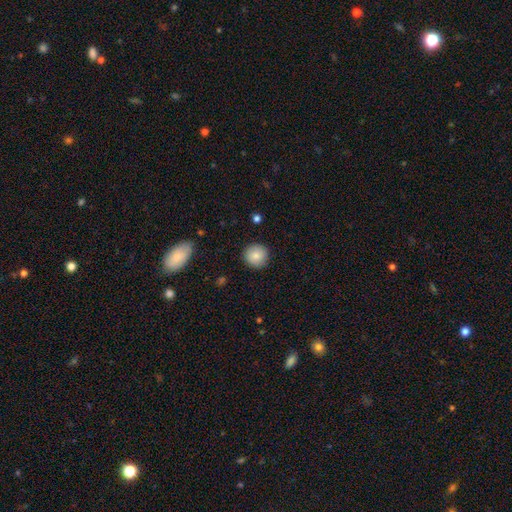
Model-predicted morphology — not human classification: This appears to be a smooth galaxy with no disk features (85%) that is round (94%). Merging: none (90%).